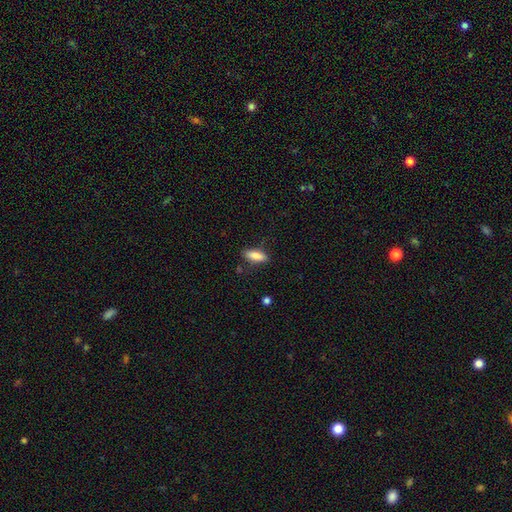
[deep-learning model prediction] This is clearly a smooth galaxy (83%). How rounded: likely in between (71%). Merging: clearly none (82%).